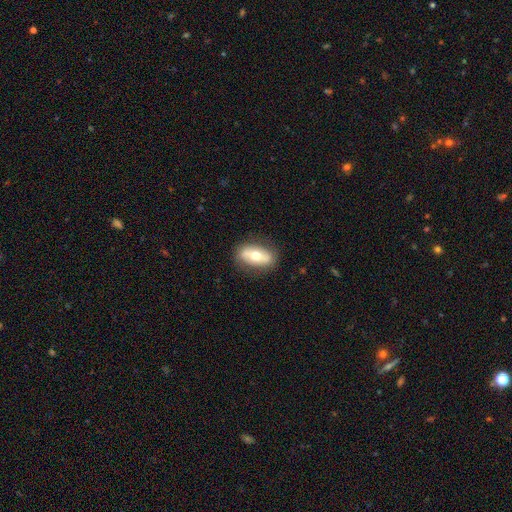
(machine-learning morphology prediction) Smooth or featured? Predicted: smooth (p=0.53). How rounded? Predicted: in between (p=0.86). Merging? Predicted: none (p=0.83).